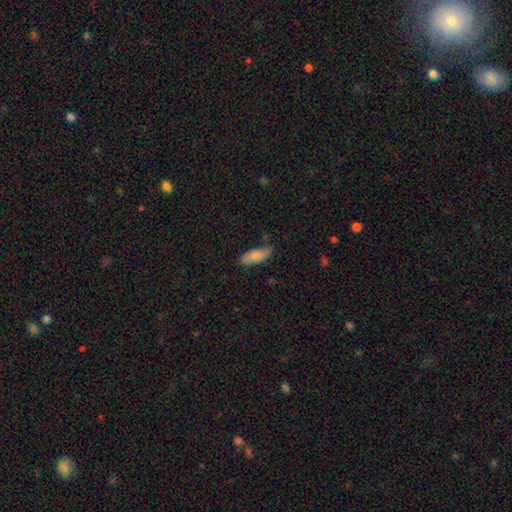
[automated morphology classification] Smooth or featured? Predicted: smooth (p=0.80). How rounded? Predicted: in between (p=0.73). Merging? Predicted: none (p=0.71).